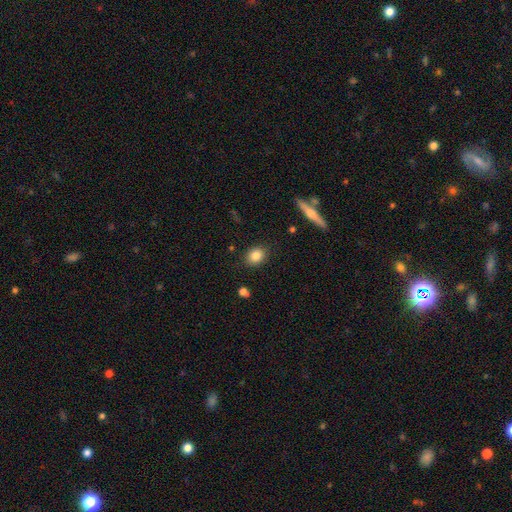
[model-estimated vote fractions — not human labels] Smooth or featured? smooth (83%)
How rounded? round (56%)
Merging? none (87%)